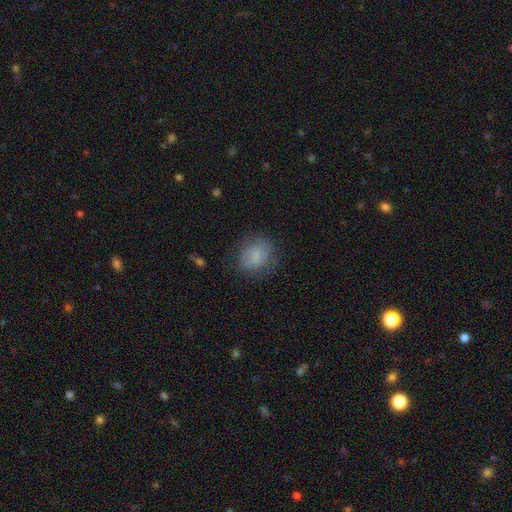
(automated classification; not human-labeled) Smooth or featured? Predicted: smooth (p=0.73). How rounded? Predicted: round (p=0.60). Merging? Predicted: none (p=0.73).